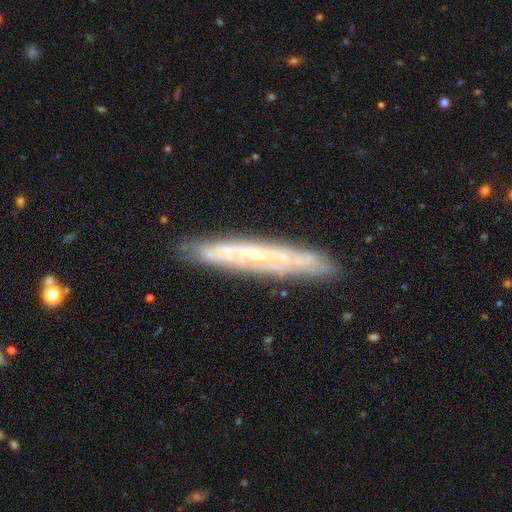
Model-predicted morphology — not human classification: smooth-or-featured: featured or disk: 64% | smooth: 28% | star or artifact: 8%
  disk-edge-on: yes: 71% | no: 29%
  merging: none: 85% | minor disturbance: 11% | major disturbance: 2% | merger: 2%